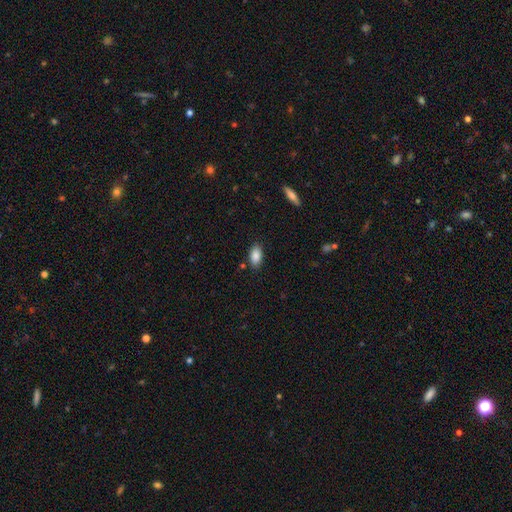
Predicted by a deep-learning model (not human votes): A smooth galaxy with no disk features (87%) that is in between round and cigar-shaped (92%).

Vote fractions:
- Smooth or featured? smooth: 87% / star or artifact: 7% / featured or disk: 5%
- How rounded? in between: 92% / cigar-shaped: 4% / round: 4%
- Merging? none: 84% / minor disturbance: 11% / major disturbance: 3% / merger: 2%